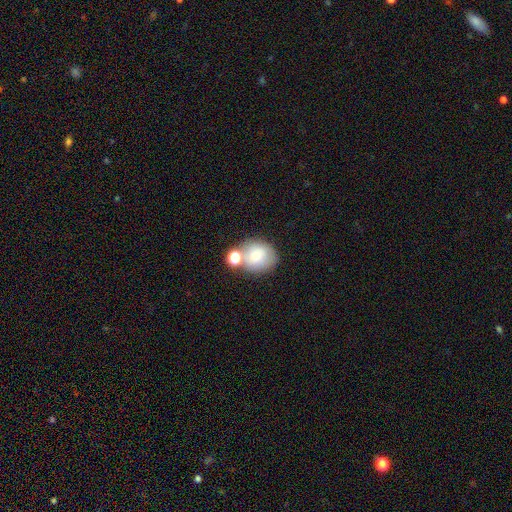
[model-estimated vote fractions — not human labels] A smooth galaxy with no disk features (70%) that is round (72%). Merging: none (55%).